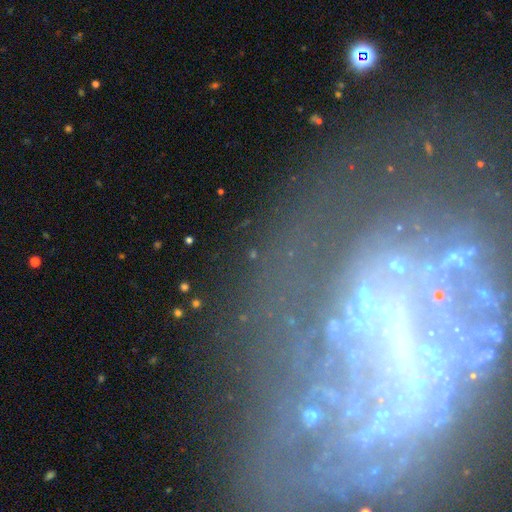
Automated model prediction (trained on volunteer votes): smooth-or-featured: featured or disk: 66% | star or artifact: 21% | smooth: 13%
  disk-edge-on: no: 94% | yes: 6%
    bar: no: 51% | weak: 25% | strong: 24%
    has-spiral-arms: no: 52% | yes: 48%
    bulge-size: none: 49% | small: 30% | moderate: 14% | large: 4% | dominant: 2%
  merging: none: 55% | major disturbance: 23% | minor disturbance: 18% | merger: 5%